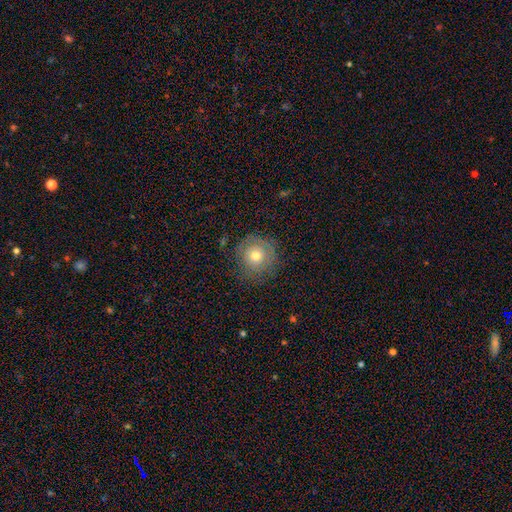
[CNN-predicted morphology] type=smooth (58%); roundness=round (93%); merging=none (76%).